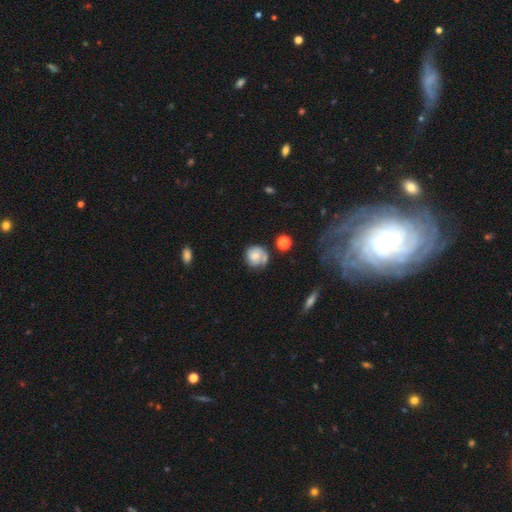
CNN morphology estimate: smooth_or_featured: smooth (p=0.54) [alt: featured or disk p=0.38]
how_rounded: round (p=0.79) [alt: in between p=0.20]
merging: none (p=0.54) [alt: minor disturbance p=0.24]